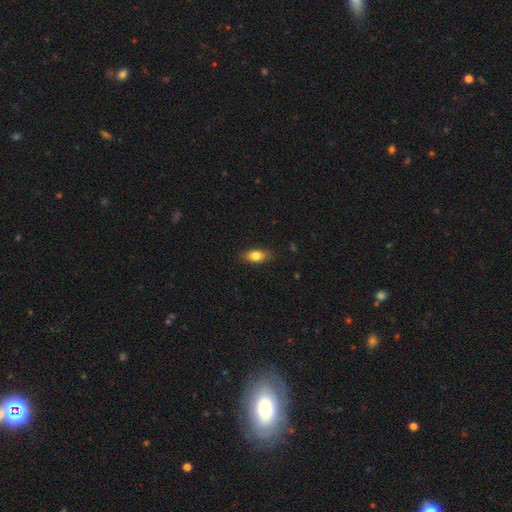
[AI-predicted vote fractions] The model was most divided on "smooth or featured": smooth: 80%, featured or disk: 12%, star or artifact: 8%. More confident: merging — none (85%); how rounded — in between (84%).